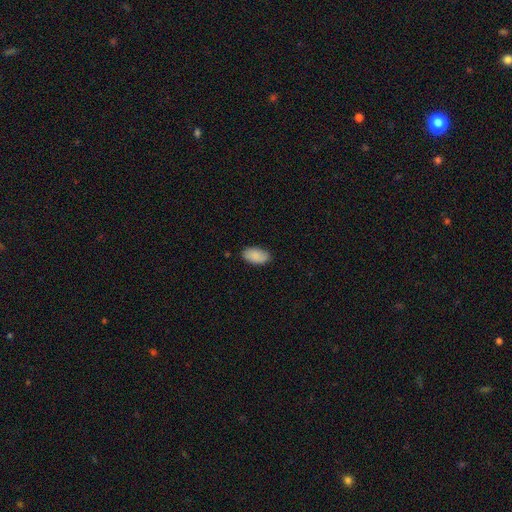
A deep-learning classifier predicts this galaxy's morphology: This is clearly a smooth galaxy (88%). How rounded: clearly in between (95%). Merging: clearly none (85%).